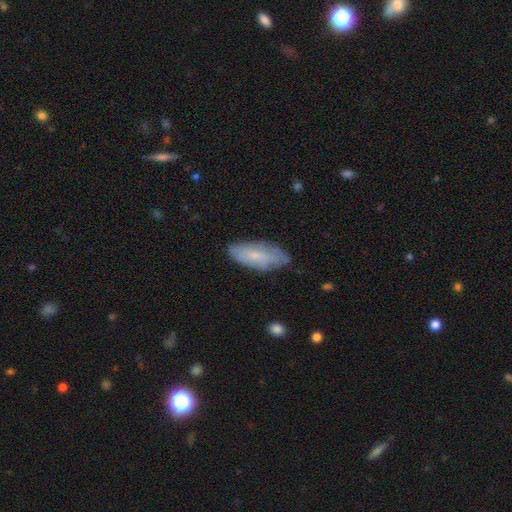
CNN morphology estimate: smooth_or_featured: smooth (p=0.61) [alt: featured or disk p=0.32]
how_rounded: in between (p=0.79) [alt: cigar-shaped p=0.18]
merging: none (p=0.73) [alt: minor disturbance p=0.21]